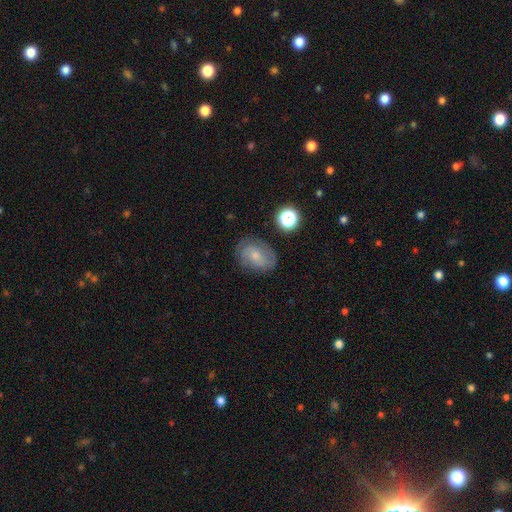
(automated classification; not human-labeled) Q: Smooth or featured?
A: featured or disk (53%); runner-up: smooth (37%)
Q: Edge-on disk?
A: no (96%); runner-up: yes (4%)
Q: Bar?
A: no (62%); runner-up: weak (32%)
Q: Spiral arms?
A: yes (82%); runner-up: no (18%)
Q: Bulge size?
A: small (59%); runner-up: moderate (33%)
Q: Merging?
A: none (72%); runner-up: minor disturbance (19%)